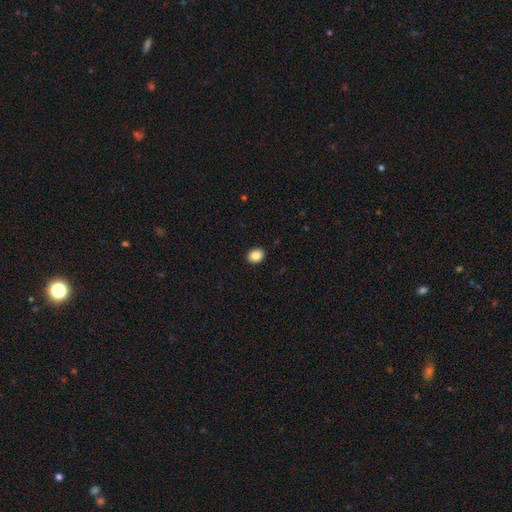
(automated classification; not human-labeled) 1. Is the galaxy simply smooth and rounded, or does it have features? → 88% smooth, 9% star or artifact, 4% featured or disk.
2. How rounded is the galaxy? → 55% in between, 44% round, 1% cigar-shaped.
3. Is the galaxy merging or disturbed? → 91% none, 6% minor disturbance, 2% major disturbance, 1% merger.